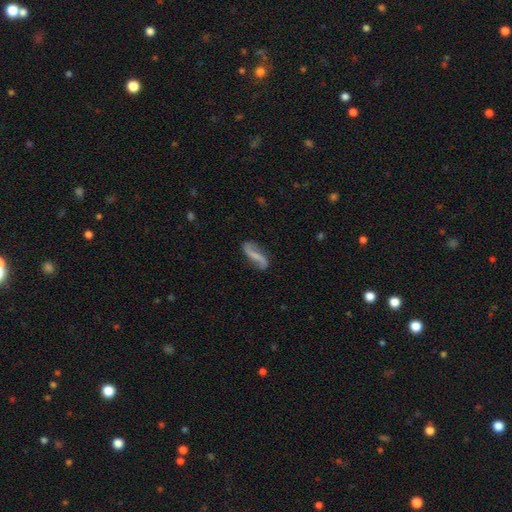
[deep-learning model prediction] Q: Smooth or featured?
A: featured or disk (75%); runner-up: smooth (18%)
Q: Edge-on disk?
A: no (94%); runner-up: yes (6%)
Q: Bar?
A: strong (37%); runner-up: weak (34%)
Q: Spiral arms?
A: yes (93%); runner-up: no (7%)
Q: Spiral winding?
A: loose (83%); runner-up: medium (12%)
Q: Spiral arm count?
A: 2 (92%); runner-up: can't tell (2%)
Q: Bulge size?
A: none (52%); runner-up: small (33%)
Q: Merging?
A: none (78%); runner-up: minor disturbance (14%)